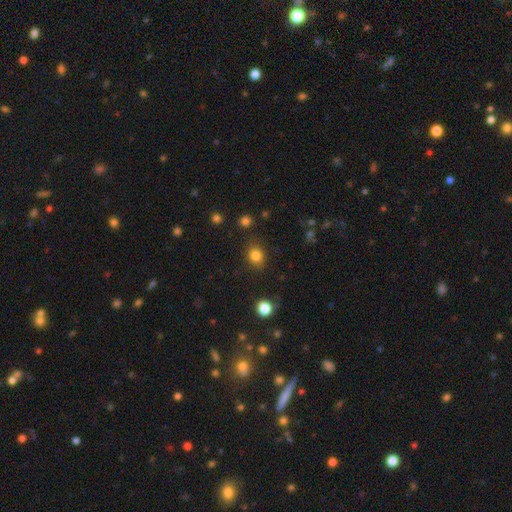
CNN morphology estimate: A smooth galaxy with no disk features (83%) that is round (66%).

Vote fractions:
- Smooth or featured? smooth: 83% / star or artifact: 12% / featured or disk: 5%
- How rounded? round: 66% / in between: 33% / cigar-shaped: 1%
- Merging? none: 82% / minor disturbance: 12% / major disturbance: 4% / merger: 2%